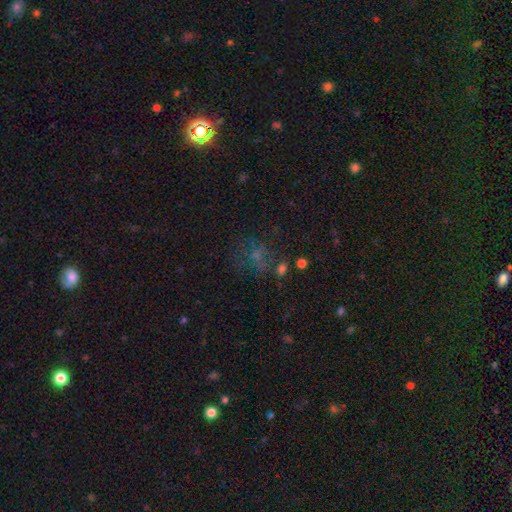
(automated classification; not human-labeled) Overall: smooth (42%; star or artifact 34%). Merging: none (49%; major disturbance 24%).